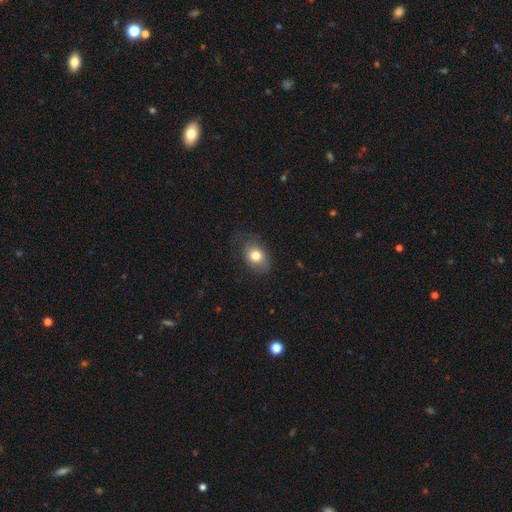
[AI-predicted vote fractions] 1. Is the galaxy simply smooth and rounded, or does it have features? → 76% smooth, 15% featured or disk, 9% star or artifact.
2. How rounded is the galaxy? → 67% in between, 32% round, 1% cigar-shaped.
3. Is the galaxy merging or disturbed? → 62% none, 24% minor disturbance, 13% major disturbance, 1% merger.